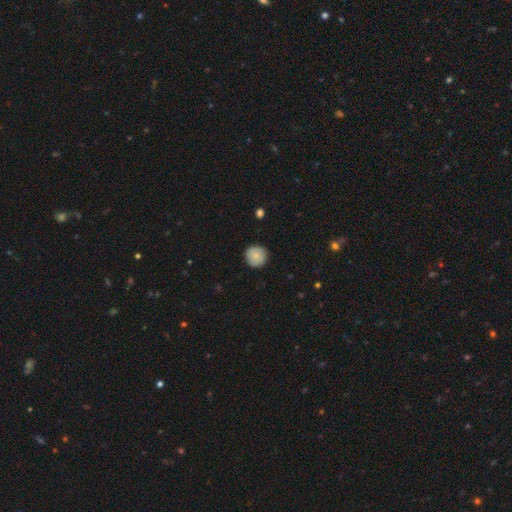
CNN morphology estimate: smooth-or-featured: smooth: 75% | featured or disk: 18% | star or artifact: 7%
  how-rounded: round: 93% | in between: 6% | cigar-shaped: 1%
  merging: none: 85% | minor disturbance: 11% | major disturbance: 2% | merger: 1%